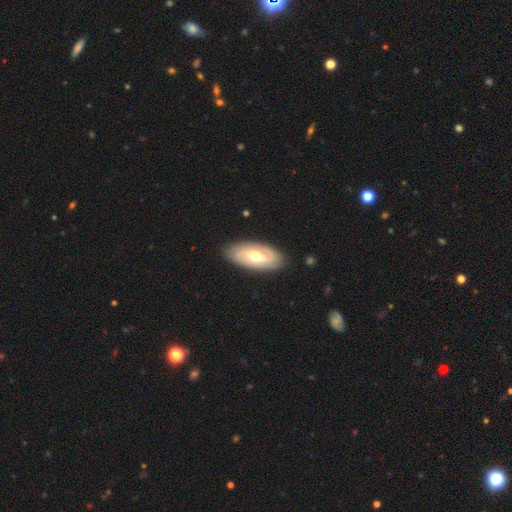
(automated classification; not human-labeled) Q: Smooth or featured?
A: featured or disk (62%); runner-up: smooth (33%)
Q: Edge-on disk?
A: no (89%); runner-up: yes (11%)
Q: Bar?
A: weak (45%); runner-up: no (39%)
Q: Spiral arms?
A: yes (72%); runner-up: no (28%)
Q: Bulge size?
A: moderate (70%); runner-up: small (21%)
Q: Merging?
A: none (84%); runner-up: minor disturbance (12%)